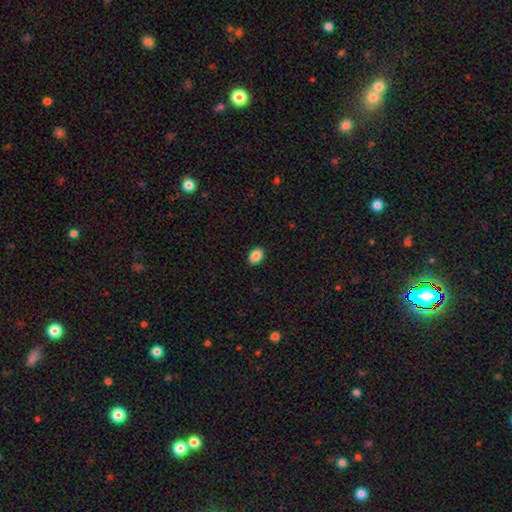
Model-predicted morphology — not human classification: Smooth or featured? Predicted: smooth (p=0.89). How rounded? Predicted: in between (p=0.82). Merging? Predicted: none (p=0.90).